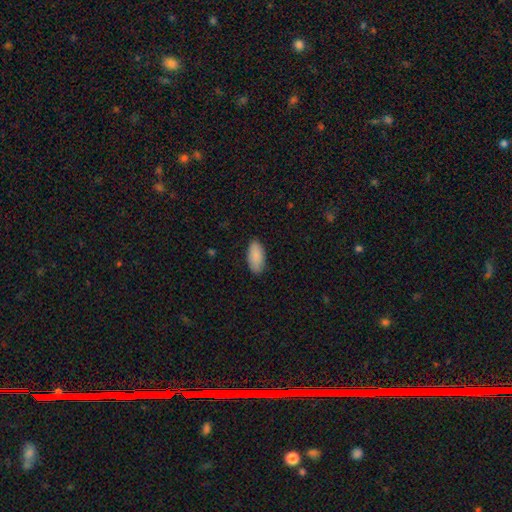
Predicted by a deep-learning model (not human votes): A smooth galaxy with no disk features (89%) that is in between round and cigar-shaped (93%). Merging: none (85%).